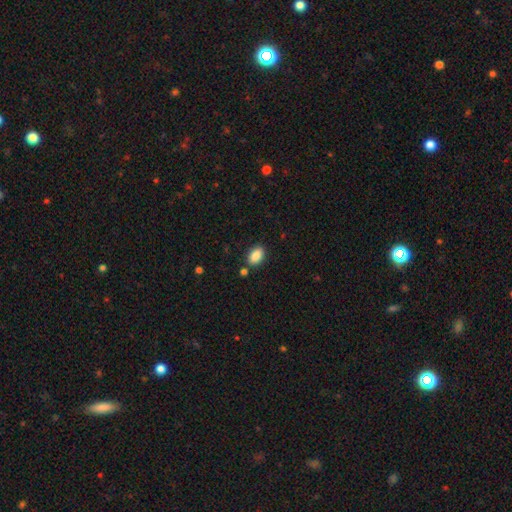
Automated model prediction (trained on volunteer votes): smooth-or-featured: smooth: 88% | star or artifact: 8% | featured or disk: 4%
  how-rounded: in between: 89% | round: 10% | cigar-shaped: 1%
  merging: none: 83% | minor disturbance: 10% | merger: 5% | major disturbance: 2%